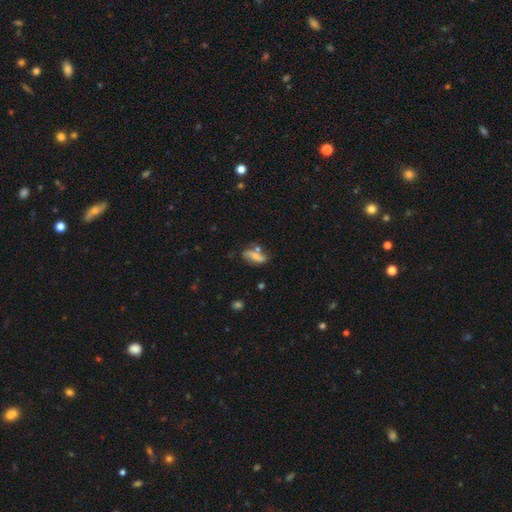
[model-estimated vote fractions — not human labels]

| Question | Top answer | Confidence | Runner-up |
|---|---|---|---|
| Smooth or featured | smooth | 55% | featured or disk (36%) |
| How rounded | in between | 71% | cigar-shaped (23%) |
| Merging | none | 54% | minor disturbance (21%) |